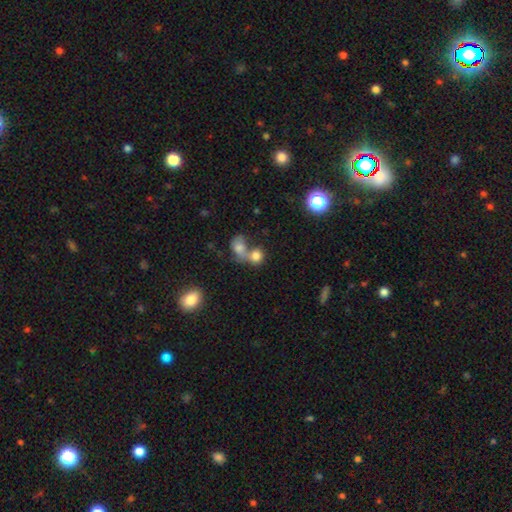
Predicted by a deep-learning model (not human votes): Smooth or featured? Predicted: smooth (p=0.77). How rounded? Predicted: round (p=0.65). Merging? Predicted: merger (p=0.65).